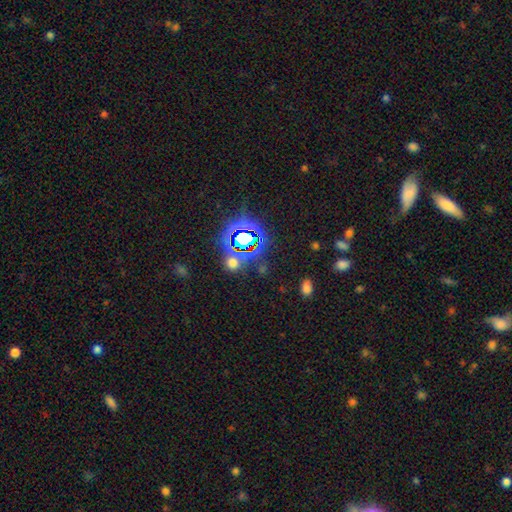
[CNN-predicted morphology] Overall: star or artifact (76%).